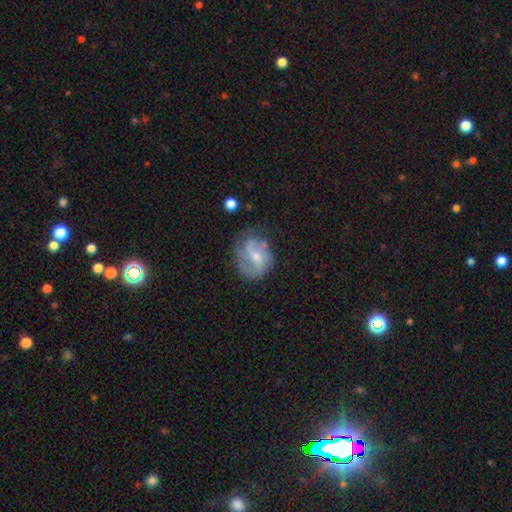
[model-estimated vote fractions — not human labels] featured or disk 68%, smooth 25%, star or artifact 7%. Down the decision tree: edge-on disk — no (97%); bar — weak (50%); spiral arms — yes (81%); spiral arm count — 2 (55%); spiral winding — medium (43%); bulge size — small (54%); merging — none (53%).